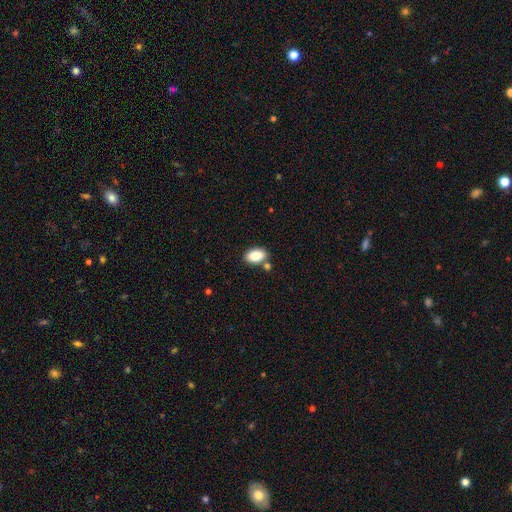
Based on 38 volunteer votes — This appears to be a smooth galaxy with no disk features (95%) that is in between round and cigar-shaped (86%). Merging: none (79%).